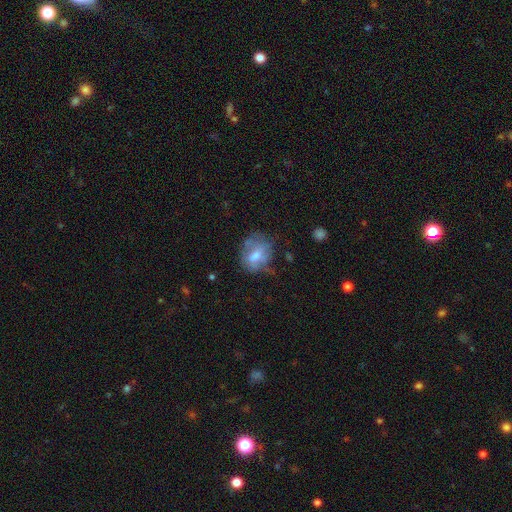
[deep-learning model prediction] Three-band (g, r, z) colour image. It shows a smooth galaxy with no disk features (55%) that is in between round and cigar-shaped (56%). Merging: none (48%).